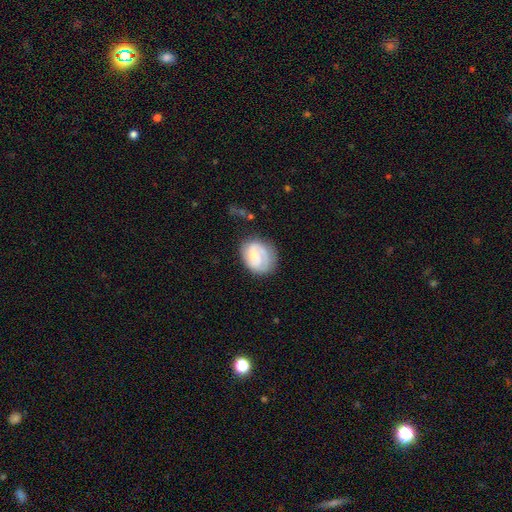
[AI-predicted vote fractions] This is likely a featured or disk galaxy (61%). It is clearly not viewed edge-on (98%). Bar: possibly no (52%). Spiral arm pattern: clearly yes (88%). Spiral arm count: possibly 2 (52%). Spiral winding: marginally tight (43%). Central bulge: marginally moderate (39%). Merging: likely none (67%).